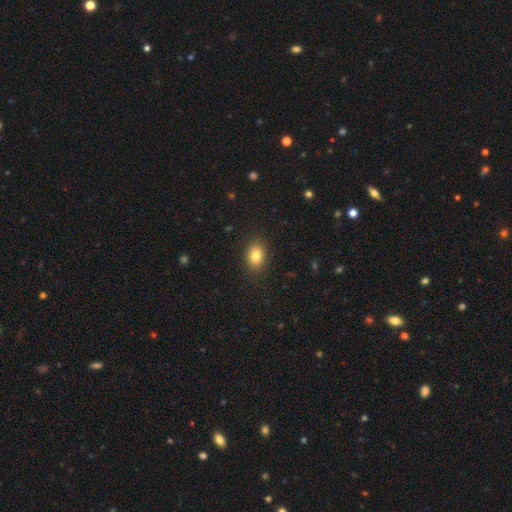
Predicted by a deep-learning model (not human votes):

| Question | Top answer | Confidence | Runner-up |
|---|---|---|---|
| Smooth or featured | smooth | 81% | star or artifact (10%) |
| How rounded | in between | 71% | round (28%) |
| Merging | none | 88% | minor disturbance (9%) |